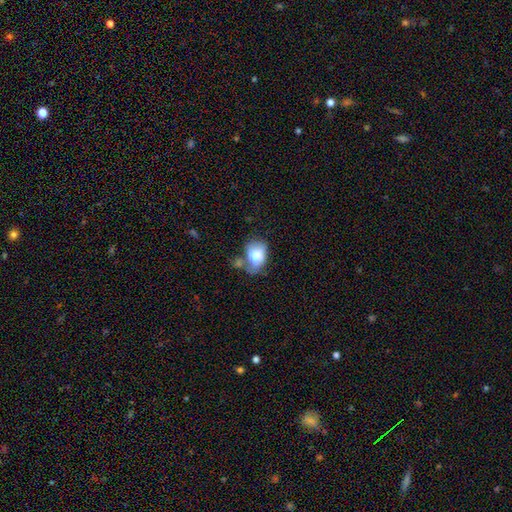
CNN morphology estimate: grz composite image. It shows a smooth galaxy with no disk features (70%) that is in between round and cigar-shaped (77%). Merging: merger (27%).